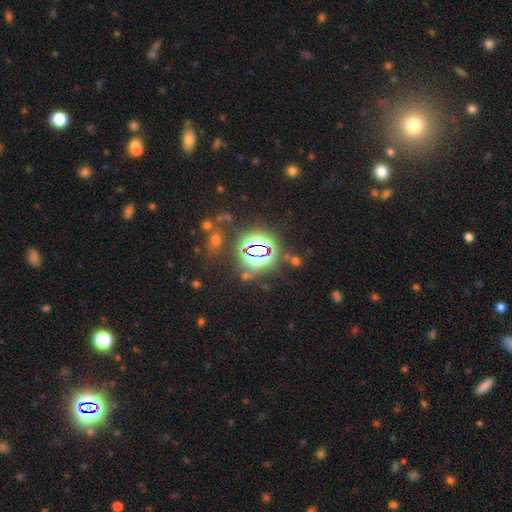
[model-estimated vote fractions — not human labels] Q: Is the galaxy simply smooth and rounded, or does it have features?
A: star or artifact — 79%.